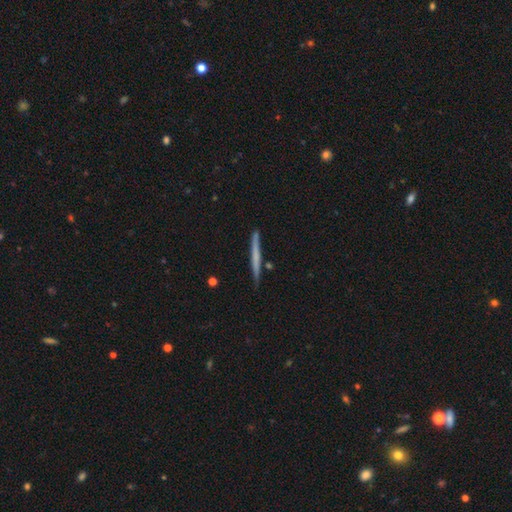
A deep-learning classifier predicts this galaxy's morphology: A smooth galaxy with no disk features (52%) that is cigar-shaped (97%).

Vote fractions:
- Smooth or featured? smooth: 52% / featured or disk: 43% / star or artifact: 5%
- How rounded? cigar-shaped: 97% / in between: 2% / round: 1%
- Merging? none: 88% / minor disturbance: 9% / merger: 2% / major disturbance: 1%